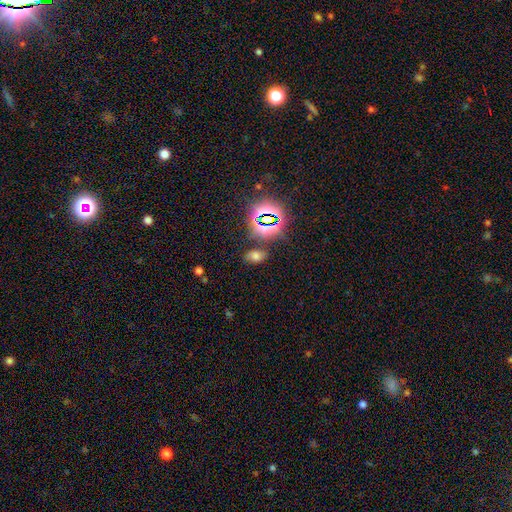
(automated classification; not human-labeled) Overall: smooth (58%; star or artifact 34%). How rounded: in between (87%). Merging: none (78%).